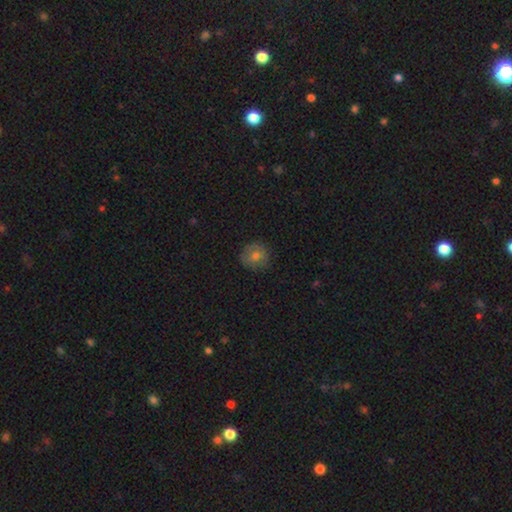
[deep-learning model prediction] The model was most divided on "smooth or featured": smooth: 68%, featured or disk: 20%, star or artifact: 12%. More confident: how rounded — round (92%); merging — none (86%).